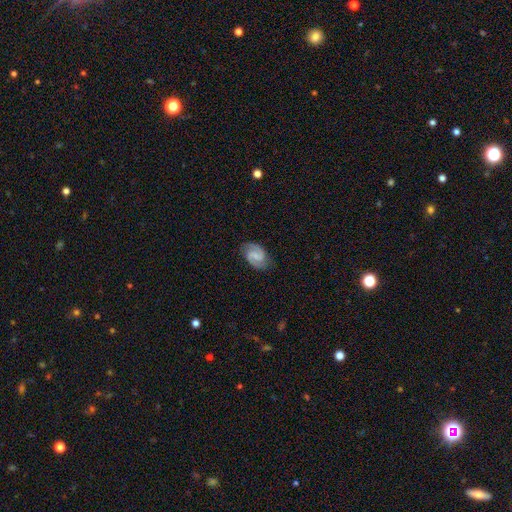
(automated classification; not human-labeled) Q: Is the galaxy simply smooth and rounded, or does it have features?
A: featured or disk — 86%.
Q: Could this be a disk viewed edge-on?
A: no — 98%.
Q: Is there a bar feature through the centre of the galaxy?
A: weak — 52%.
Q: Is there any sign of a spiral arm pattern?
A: yes — 98%.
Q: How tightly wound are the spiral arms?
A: medium — 56%.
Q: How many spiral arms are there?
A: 2 — 93%.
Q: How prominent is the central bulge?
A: small — 47%.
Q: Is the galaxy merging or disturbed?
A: none — 84%.